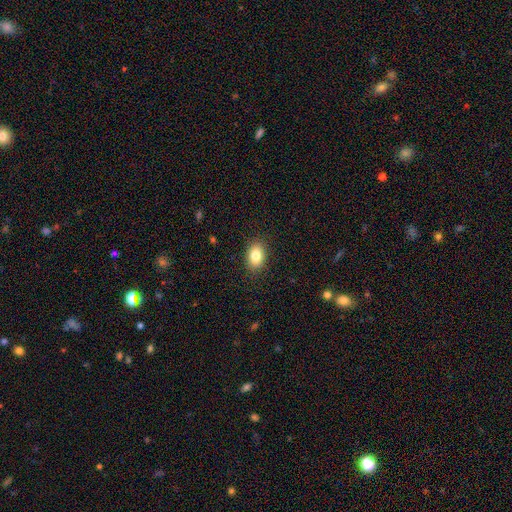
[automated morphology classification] smooth-or-featured: smooth: 82% | featured or disk: 9% | star or artifact: 9%
  how-rounded: in between: 81% | round: 18% | cigar-shaped: 1%
  merging: none: 88% | minor disturbance: 9% | major disturbance: 2% | merger: 1%